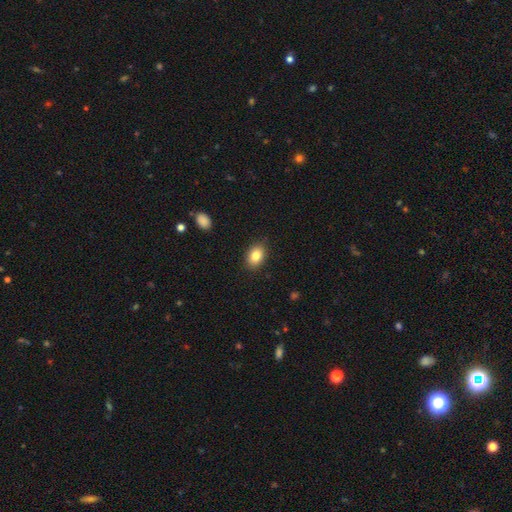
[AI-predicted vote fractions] smooth 84%, star or artifact 8%, featured or disk 8%. Down the decision tree: how rounded — in between (83%); merging — none (87%).